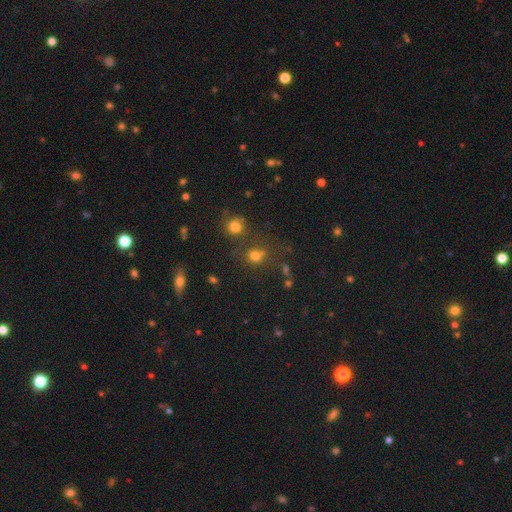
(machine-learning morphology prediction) A smooth galaxy with no disk features (69%) that is round (77%).

Vote fractions:
- Smooth or featured? smooth: 69% / star or artifact: 22% / featured or disk: 9%
- How rounded? round: 77% / in between: 22% / cigar-shaped: 1%
- Merging? none: 56% / merger: 26% / minor disturbance: 11% / major disturbance: 6%